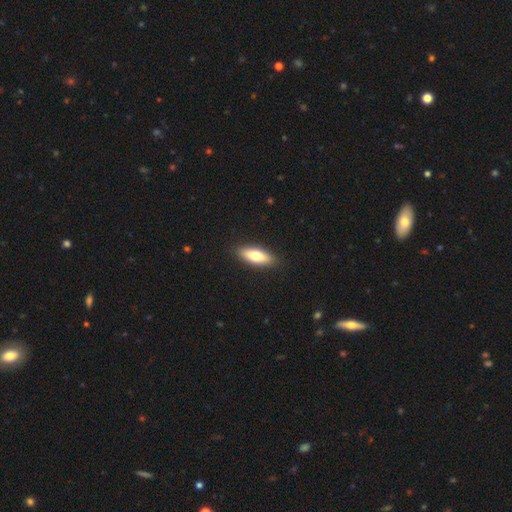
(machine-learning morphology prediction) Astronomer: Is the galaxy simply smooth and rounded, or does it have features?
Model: smooth — 72%.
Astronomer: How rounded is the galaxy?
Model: in between — 63%.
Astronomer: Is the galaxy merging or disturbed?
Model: none — 89%.